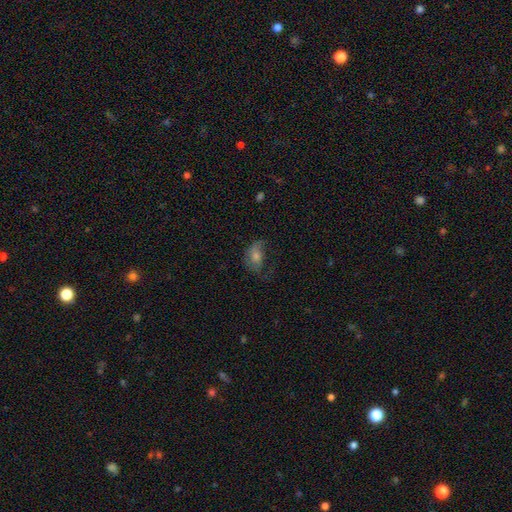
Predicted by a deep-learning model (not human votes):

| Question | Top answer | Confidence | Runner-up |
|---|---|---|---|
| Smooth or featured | smooth | 47% | featured or disk (38%) |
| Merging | none | 42% | major disturbance (30%) |